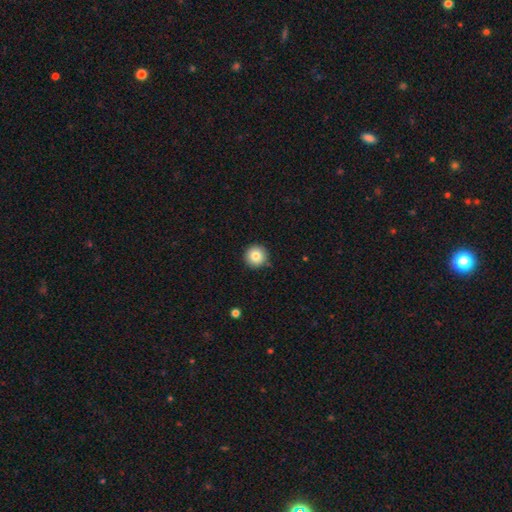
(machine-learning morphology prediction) Smooth or featured: smooth — 82% (star or artifact — 10%)
How rounded: round — 96% (in between — 3%)
Merging: none — 89% (minor disturbance — 7%)